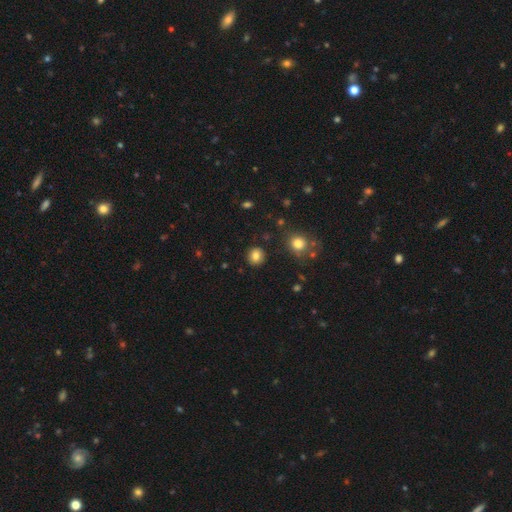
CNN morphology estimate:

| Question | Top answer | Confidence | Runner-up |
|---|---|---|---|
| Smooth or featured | smooth | 83% | star or artifact (11%) |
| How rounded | round | 87% | in between (13%) |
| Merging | none | 90% | minor disturbance (6%) |